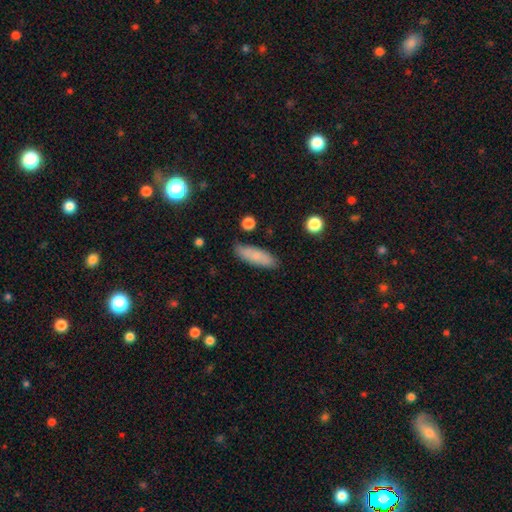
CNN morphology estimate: smooth_or_featured: smooth (p=0.78) [alt: featured or disk p=0.15]
how_rounded: in between (p=0.52) [alt: cigar-shaped p=0.45]
merging: none (p=0.83) [alt: minor disturbance p=0.13]